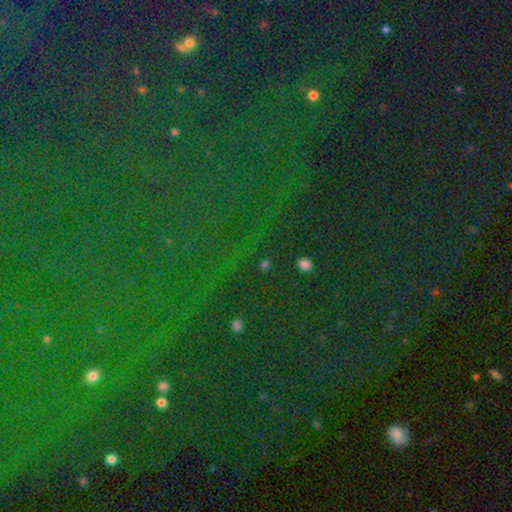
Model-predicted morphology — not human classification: A star or artifact, not a galaxy (80%).

Vote fractions:
- Smooth or featured? star or artifact: 80% / smooth: 12% / featured or disk: 8%